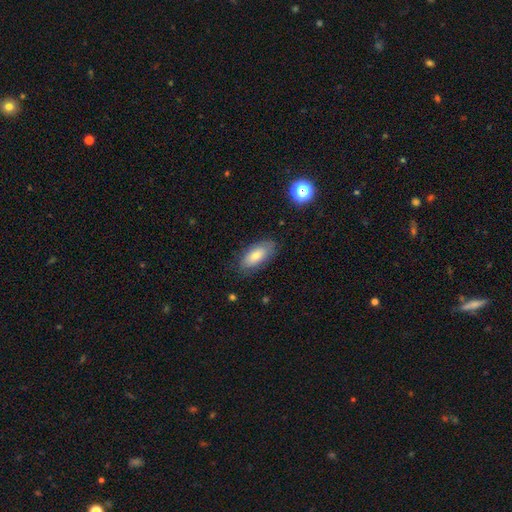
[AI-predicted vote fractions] Overall: smooth (78%). How rounded: in between (88%). Merging: none (80%).